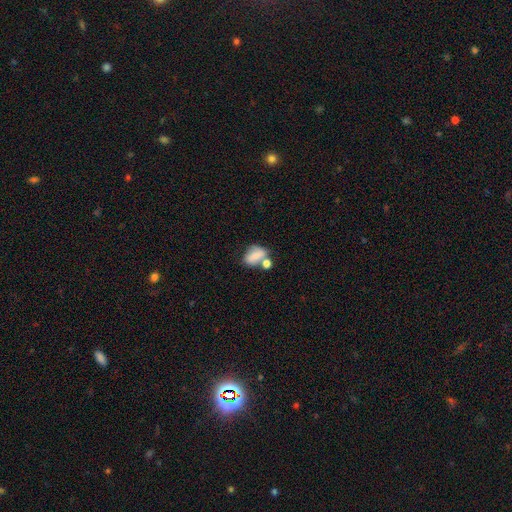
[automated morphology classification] smooth 71%, featured or disk 20%, star or artifact 9%. Down the decision tree: how rounded — in between (79%); merging — merger (45%).